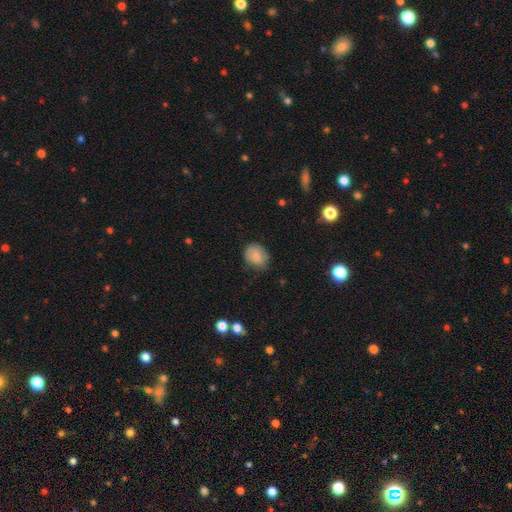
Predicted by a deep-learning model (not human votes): Smooth or featured?
  - smooth: 82% *
  - featured or disk: 10%
  - star or artifact: 8%
How rounded?
  - round: 61% *
  - in between: 38%
  - cigar-shaped: 1%
Merging?
  - none: 70% *
  - minor disturbance: 24%
  - major disturbance: 5%
  - merger: 1%